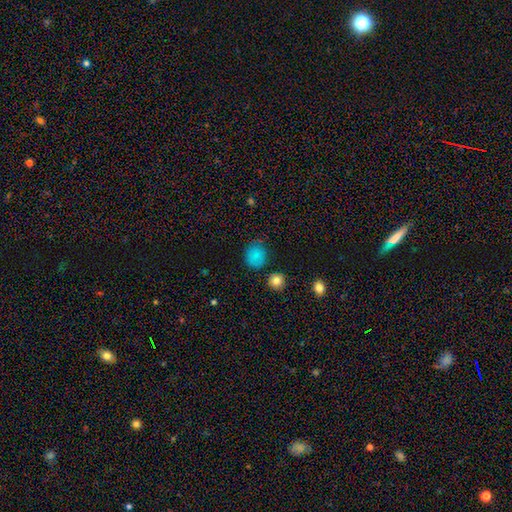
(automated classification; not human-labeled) A smooth galaxy with no disk features (76%) that is round (82%). Merging: none (76%).